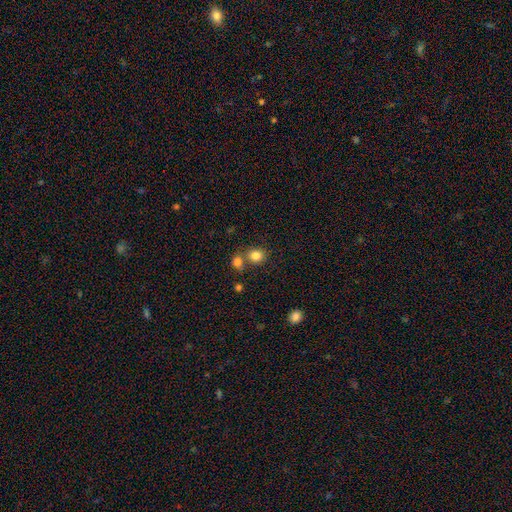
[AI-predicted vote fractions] smooth_or_featured: smooth (p=0.83) [alt: star or artifact p=0.11]
how_rounded: round (p=0.77) [alt: in between p=0.22]
merging: none (p=0.62) [alt: merger p=0.27]